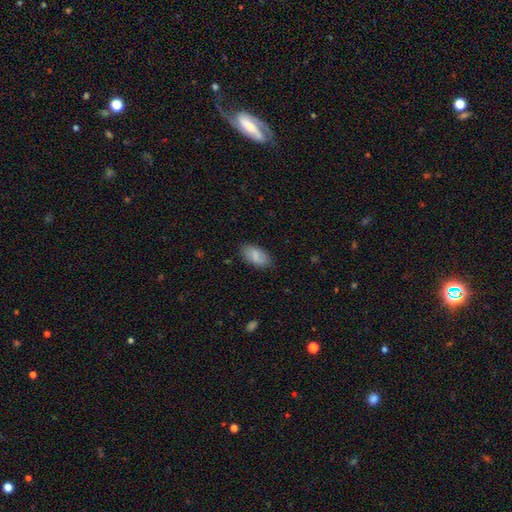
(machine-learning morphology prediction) Smooth or featured? Predicted: smooth (p=0.82). How rounded? Predicted: in between (p=0.94). Merging? Predicted: none (p=0.83).